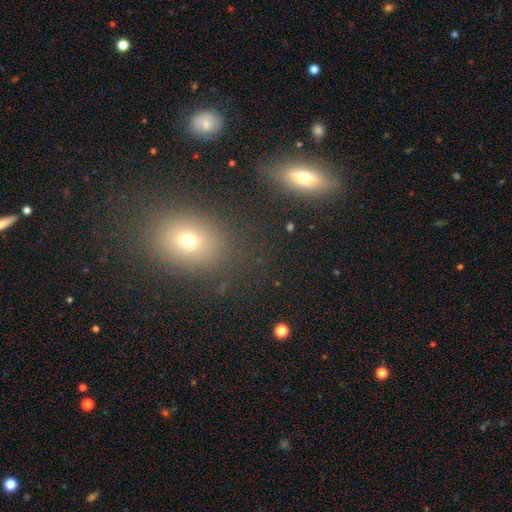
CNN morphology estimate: A smooth galaxy with no disk features (57%) that is in between round and cigar-shaped (59%).

Vote fractions:
- Smooth or featured? smooth: 57% / star or artifact: 29% / featured or disk: 14%
- How rounded? in between: 59% / round: 36% / cigar-shaped: 5%
- Merging? none: 81% / minor disturbance: 10% / major disturbance: 5% / merger: 4%